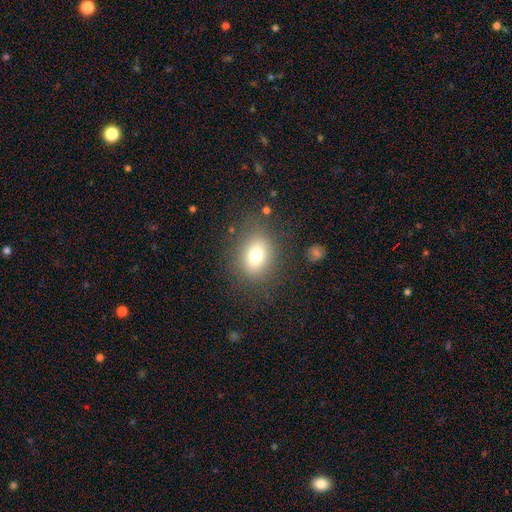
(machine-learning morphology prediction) The model was most divided on "how rounded": in between: 51%, round: 48%, cigar-shaped: 1%. More confident: merging — none (79%); smooth or featured — smooth (74%).